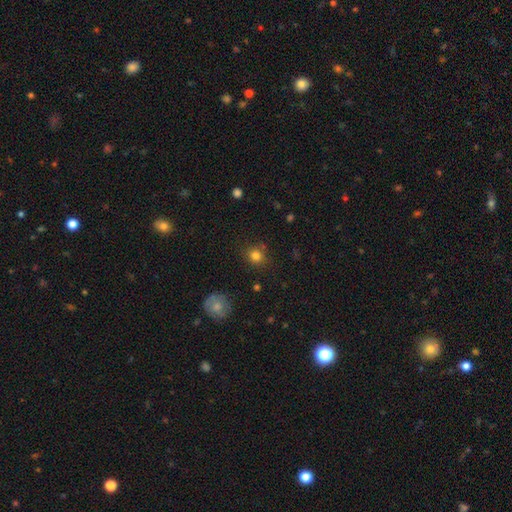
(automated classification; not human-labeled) A smooth galaxy with no disk features (80%) that is round (86%).

Vote fractions:
- Smooth or featured? smooth: 80% / star or artifact: 14% / featured or disk: 6%
- How rounded? round: 86% / in between: 13% / cigar-shaped: 1%
- Merging? none: 83% / minor disturbance: 10% / merger: 4% / major disturbance: 3%